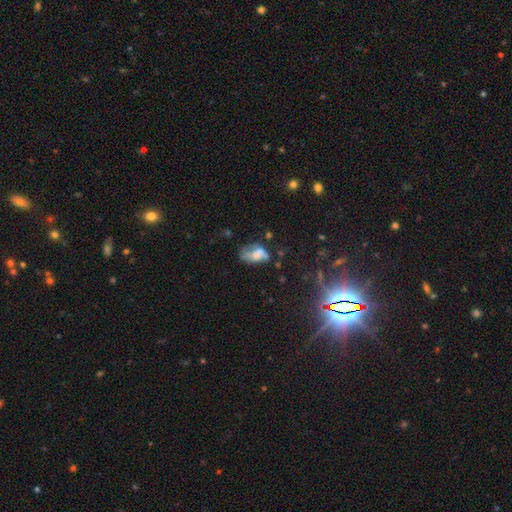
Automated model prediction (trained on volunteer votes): Smooth or featured?
  - smooth: 51% *
  - featured or disk: 36%
  - star or artifact: 13%
How rounded?
  - in between: 87% *
  - round: 10%
  - cigar-shaped: 3%
Merging?
  - none: 31% *
  - major disturbance: 25%
  - minor disturbance: 24%
  - merger: 20%